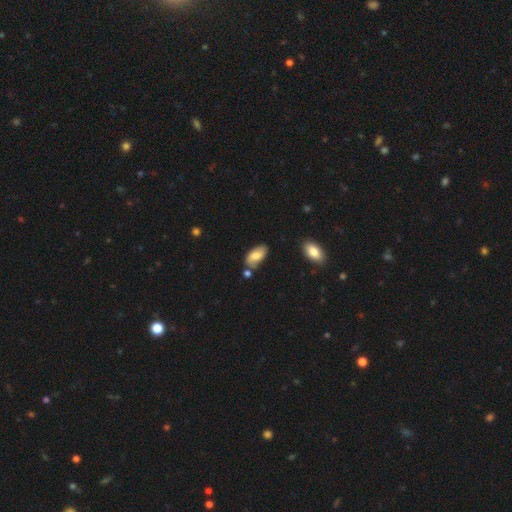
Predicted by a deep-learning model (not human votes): Q: Smooth or featured?
A: smooth (72%); runner-up: featured or disk (21%)
Q: How rounded?
A: in between (94%); runner-up: cigar-shaped (4%)
Q: Merging?
A: none (66%); runner-up: minor disturbance (21%)